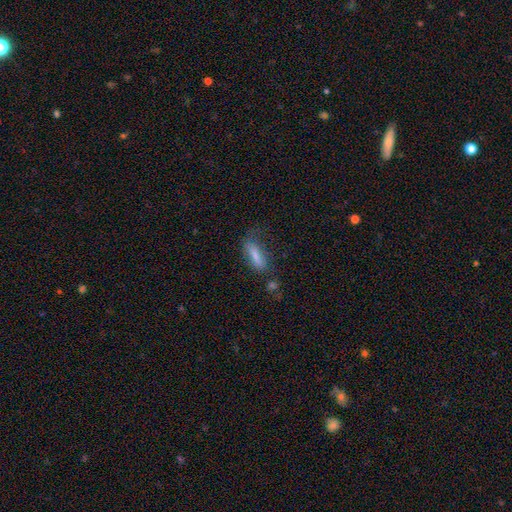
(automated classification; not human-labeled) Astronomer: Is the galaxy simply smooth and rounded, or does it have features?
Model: smooth — 74%.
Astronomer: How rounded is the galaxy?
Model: in between — 49% (runner-up: cigar-shaped, 48%).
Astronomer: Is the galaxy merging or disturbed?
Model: none — 55%.